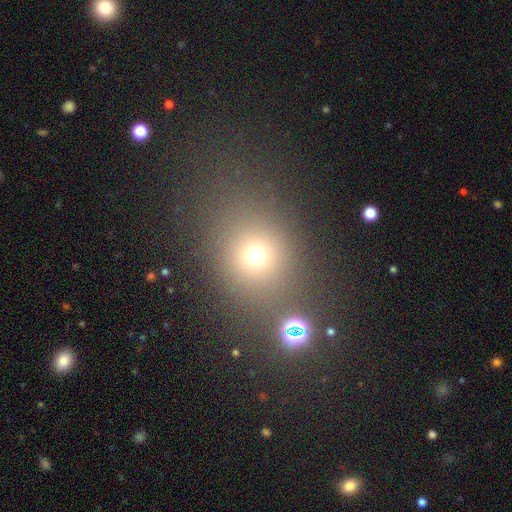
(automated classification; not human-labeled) smooth_or_featured: smooth (p=0.65) [alt: star or artifact p=0.24]
how_rounded: round (p=0.66) [alt: in between p=0.32]
merging: none (p=0.71) [alt: minor disturbance p=0.12]